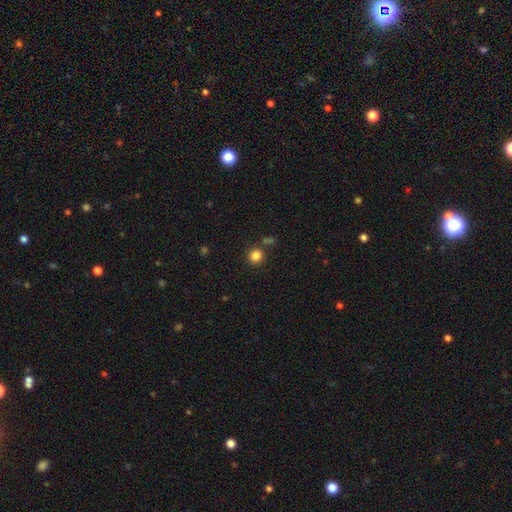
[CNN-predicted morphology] Smooth or featured: smooth — 84% (star or artifact — 12%)
How rounded: round — 94% (in between — 6%)
Merging: none — 83% (minor disturbance — 7%)